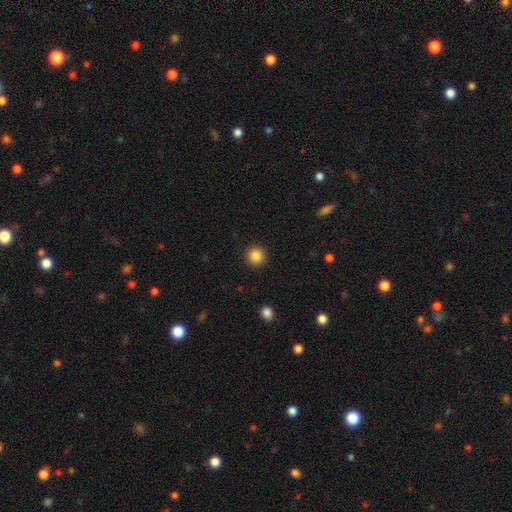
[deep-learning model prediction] This appears to be a smooth galaxy with no disk features (86%) that is round (95%). Merging: none (93%).